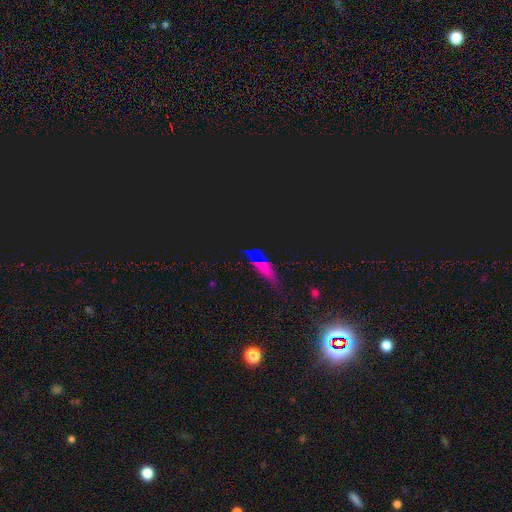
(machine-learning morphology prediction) smooth_or_featured: star or artifact (p=0.54) [alt: smooth p=0.29]